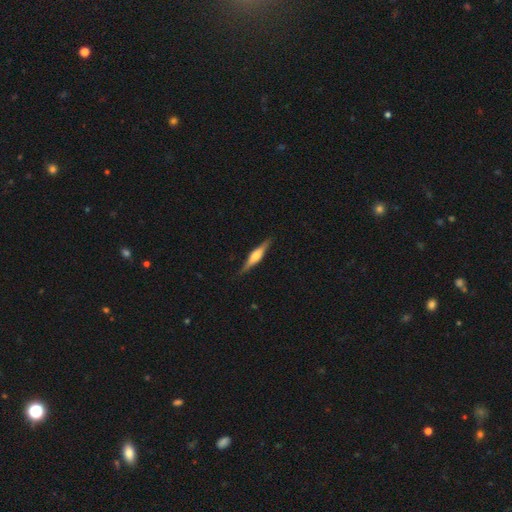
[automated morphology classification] type=featured or disk (69%); edge-on=yes (97%); edge-on bulge=rounded (82%); merging=none (88%).